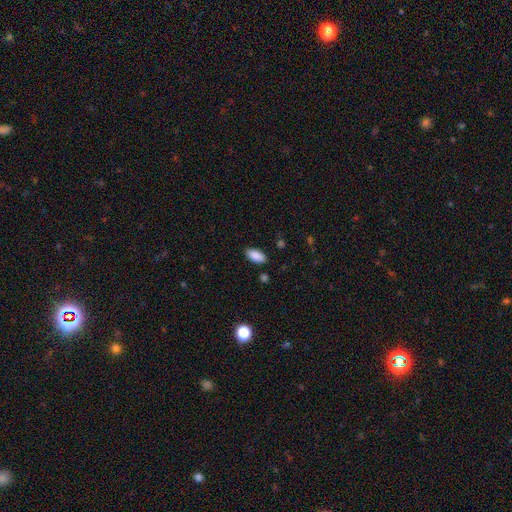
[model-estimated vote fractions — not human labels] Smooth or featured?
  - smooth: 88% *
  - star or artifact: 7%
  - featured or disk: 4%
How rounded?
  - in between: 92% *
  - cigar-shaped: 6%
  - round: 2%
Merging?
  - none: 86% *
  - minor disturbance: 10%
  - major disturbance: 2%
  - merger: 1%